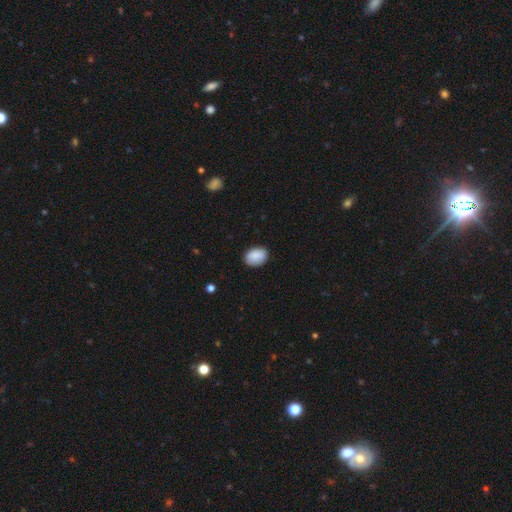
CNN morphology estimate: smooth-or-featured: smooth: 87% | star or artifact: 7% | featured or disk: 6%
  how-rounded: in between: 77% | round: 22% | cigar-shaped: 1%
  merging: none: 82% | minor disturbance: 14% | major disturbance: 3% | merger: 1%